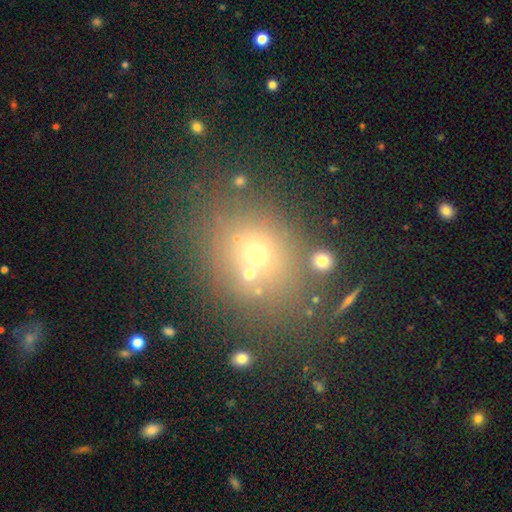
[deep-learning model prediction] This appears to be a smooth galaxy with no disk features (60%) that is round (61%). Merging: none (70%).